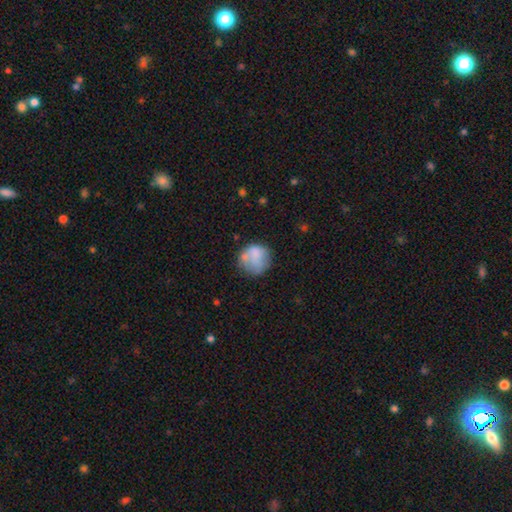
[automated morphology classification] A smooth galaxy with no disk features (71%) that is round (85%). Merging: none (57%).